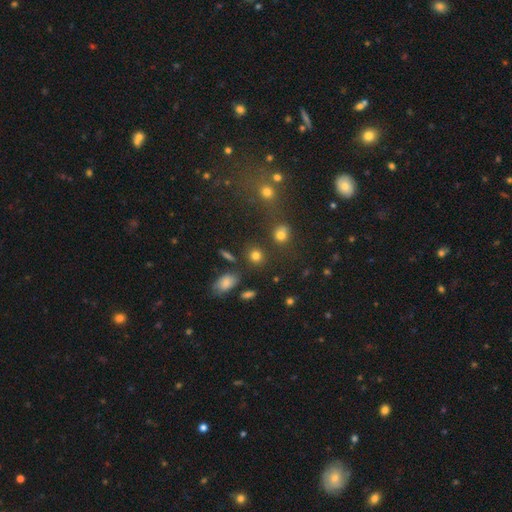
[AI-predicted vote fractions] The model was most divided on "how rounded": round: 80%, in between: 19%, cigar-shaped: 1%. More confident: smooth or featured — smooth (80%); merging — none (79%).